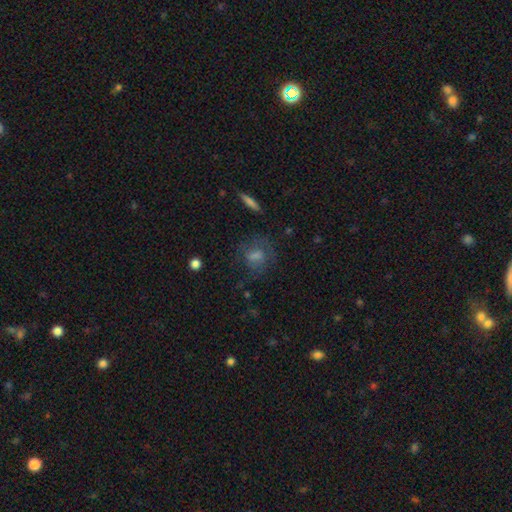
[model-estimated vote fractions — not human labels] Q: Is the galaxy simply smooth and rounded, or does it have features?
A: smooth — 47%.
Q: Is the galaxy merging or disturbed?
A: none — 63%.